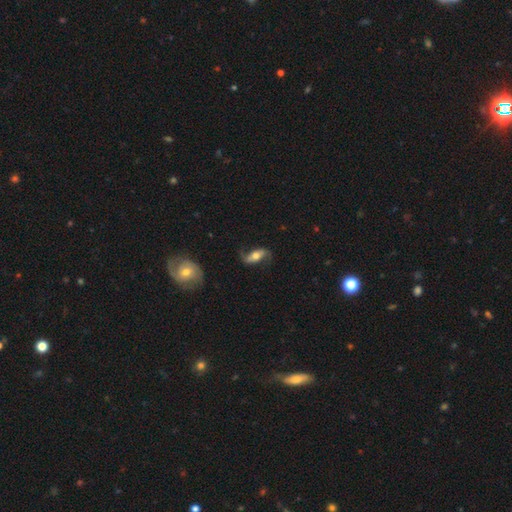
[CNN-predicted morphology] Smooth or featured? Predicted: featured or disk (p=0.73). Edge-on disk? Predicted: no (p=0.90). Bar? Predicted: no (p=0.40). Spiral arms? Predicted: yes (p=0.91). Spiral winding? Predicted: loose (p=0.78). Spiral arm count? Predicted: 2 (p=0.91). Bulge size? Predicted: moderate (p=0.63). Merging? Predicted: none (p=0.71).